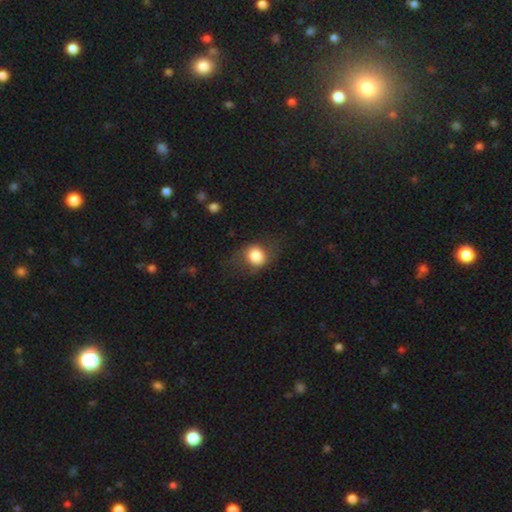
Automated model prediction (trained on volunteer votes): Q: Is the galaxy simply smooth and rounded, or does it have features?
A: smooth — 79%.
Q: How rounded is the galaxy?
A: round — 68%.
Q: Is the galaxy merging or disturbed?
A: none — 61%.